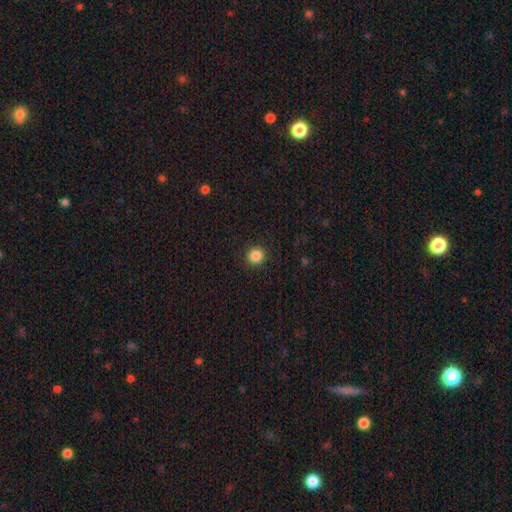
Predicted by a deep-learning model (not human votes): Smooth or featured?
  - smooth: 86% *
  - star or artifact: 11%
  - featured or disk: 3%
How rounded?
  - round: 93% *
  - in between: 6%
  - cigar-shaped: 1%
Merging?
  - none: 92% *
  - minor disturbance: 5%
  - major disturbance: 2%
  - merger: 1%